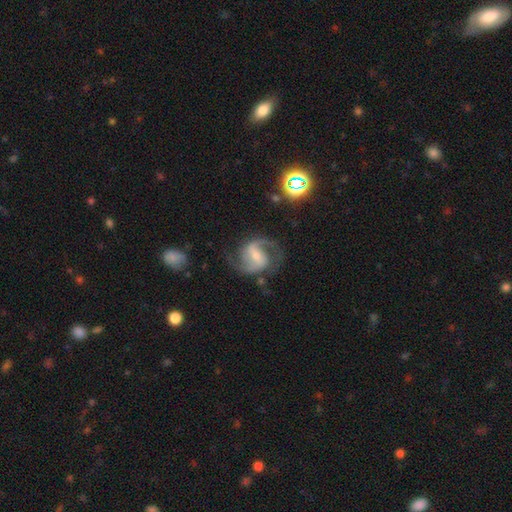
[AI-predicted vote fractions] Smooth or featured? Predicted: featured or disk (p=0.89). Edge-on disk? Predicted: no (p=0.98). Bar? Predicted: weak (p=0.47). Spiral arms? Predicted: yes (p=0.97). Spiral winding? Predicted: medium (p=0.58). Spiral arm count? Predicted: 2 (p=0.92). Bulge size? Predicted: small (p=0.50). Merging? Predicted: none (p=0.74).